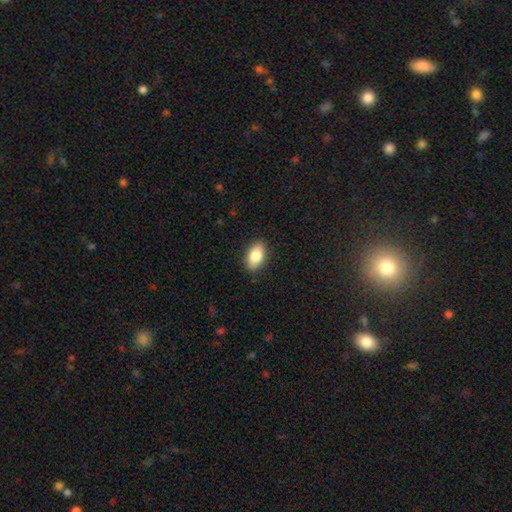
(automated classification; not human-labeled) Smooth or featured: smooth — 83% (featured or disk — 10%)
How rounded: in between — 91% (round — 6%)
Merging: none — 88% (minor disturbance — 9%)